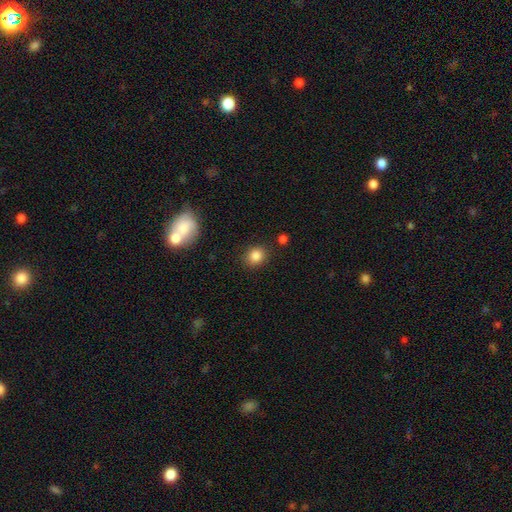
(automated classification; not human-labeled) Morphology: type=smooth (85%); roundness=round (76%); merging=none (87%).